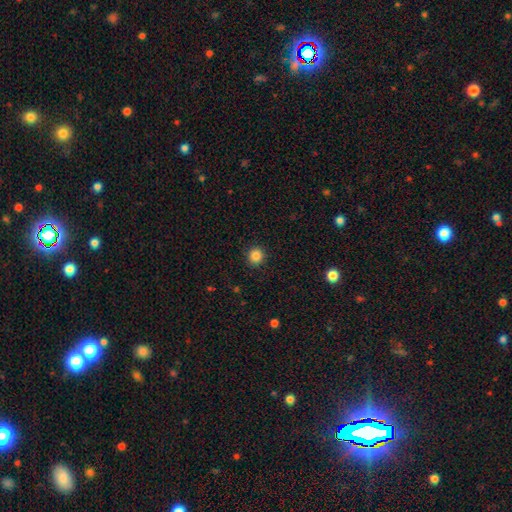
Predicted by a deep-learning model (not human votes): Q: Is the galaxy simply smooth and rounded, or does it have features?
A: smooth — 86%.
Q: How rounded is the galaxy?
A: round — 90%.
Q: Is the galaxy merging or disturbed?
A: none — 90%.